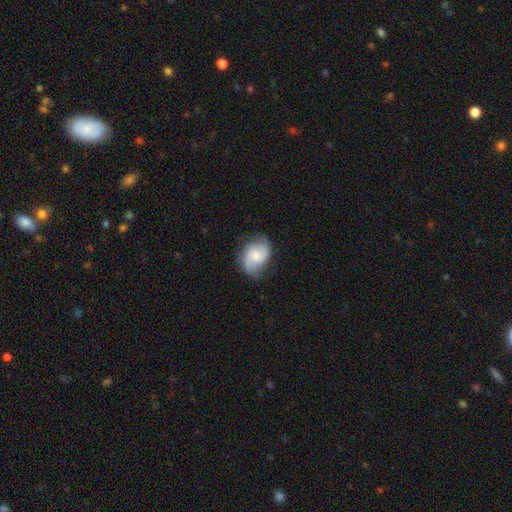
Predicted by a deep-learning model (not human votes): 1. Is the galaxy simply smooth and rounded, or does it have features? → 60% featured or disk, 33% smooth, 7% star or artifact.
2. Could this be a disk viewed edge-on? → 97% no, 3% yes.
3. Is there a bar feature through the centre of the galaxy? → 54% no, 39% weak, 7% strong.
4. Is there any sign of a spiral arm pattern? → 92% yes, 8% no.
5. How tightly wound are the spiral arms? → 44% medium, 37% loose, 19% tight.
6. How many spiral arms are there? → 81% 2, 9% can't tell, 4% 3, 3% 1, 1% 4, 1% more than 4.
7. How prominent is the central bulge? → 45% moderate, 37% small, 9% none, 8% large, 2% dominant.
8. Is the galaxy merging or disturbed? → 67% none, 24% minor disturbance, 8% major disturbance, 1% merger.